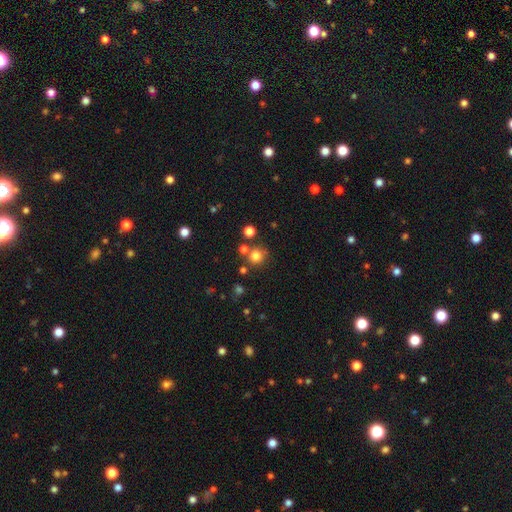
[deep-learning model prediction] A smooth galaxy with no disk features (77%) that is round (91%).

Vote fractions:
- Smooth or featured? smooth: 77% / star or artifact: 16% / featured or disk: 7%
- How rounded? round: 91% / in between: 8% / cigar-shaped: 1%
- Merging? none: 73% / merger: 15% / minor disturbance: 9% / major disturbance: 4%